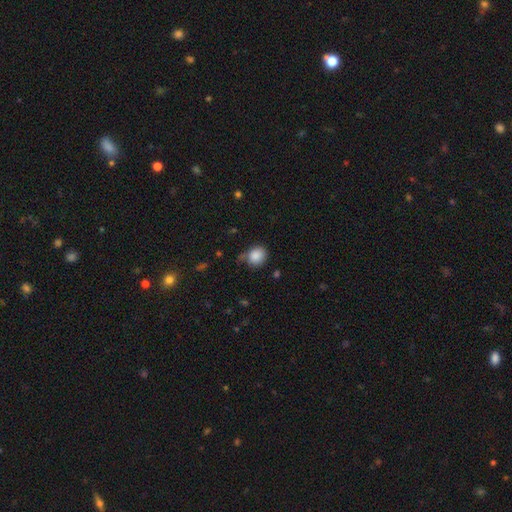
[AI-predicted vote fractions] A smooth galaxy with no disk features (86%) that is round (68%). Merging: none (64%).